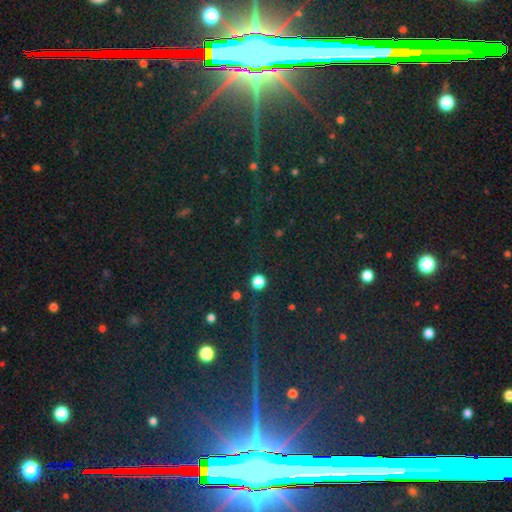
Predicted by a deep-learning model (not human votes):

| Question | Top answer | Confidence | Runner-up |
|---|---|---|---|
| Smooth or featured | star or artifact | 84% | featured or disk (8%) |